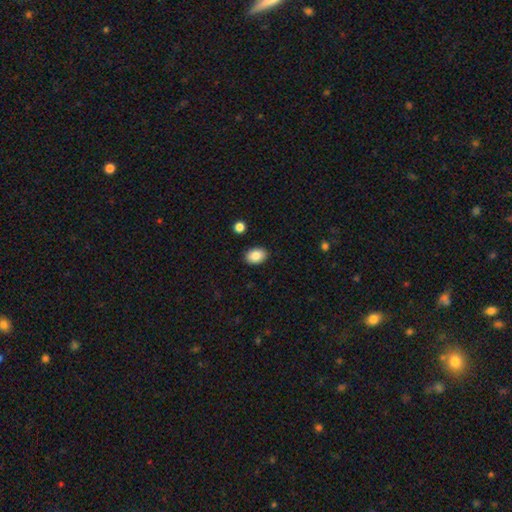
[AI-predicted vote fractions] Smooth or featured?
  - smooth: 86% *
  - star or artifact: 8%
  - featured or disk: 6%
How rounded?
  - in between: 78% *
  - round: 21%
  - cigar-shaped: 1%
Merging?
  - none: 89% *
  - minor disturbance: 7%
  - major disturbance: 2%
  - merger: 2%